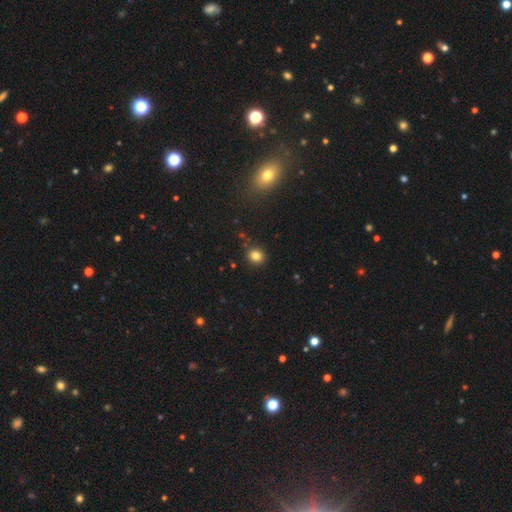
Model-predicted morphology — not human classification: The model was most divided on "how rounded": round: 79%, in between: 20%, cigar-shaped: 1%. More confident: merging — none (86%); smooth or featured — smooth (82%).